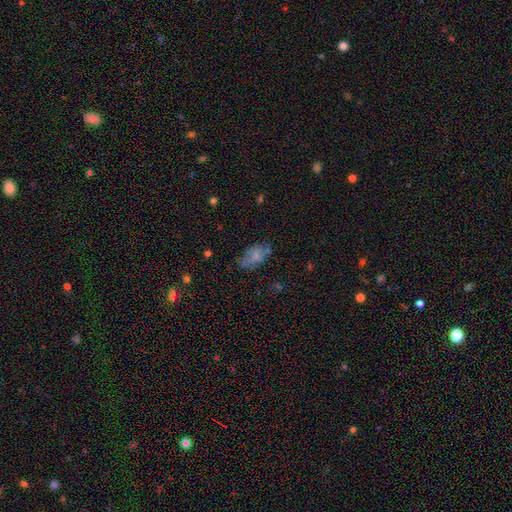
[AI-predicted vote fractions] This is likely a smooth galaxy (63%). How rounded: clearly in between (88%). Merging: possibly none (49%).